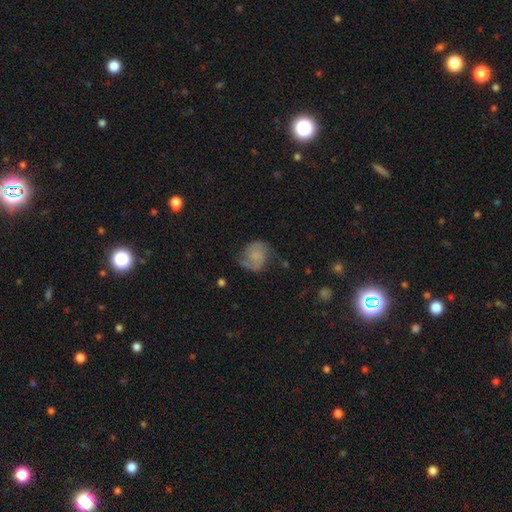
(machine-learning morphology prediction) This appears to be a featured or disk galaxy (67%) with no bar (70%), 2 (89%) medium (46%) spiral arms (93%) and no central bulge (49%). Merging: none (64%).